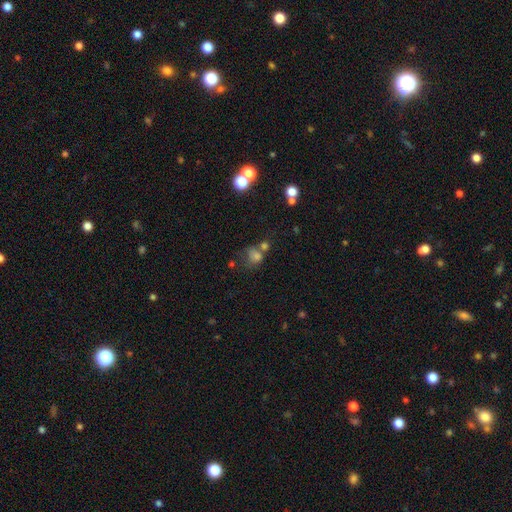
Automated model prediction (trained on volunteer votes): This is likely a smooth galaxy (69%). How rounded: likely round (69%). Merging: marginally none (40%).